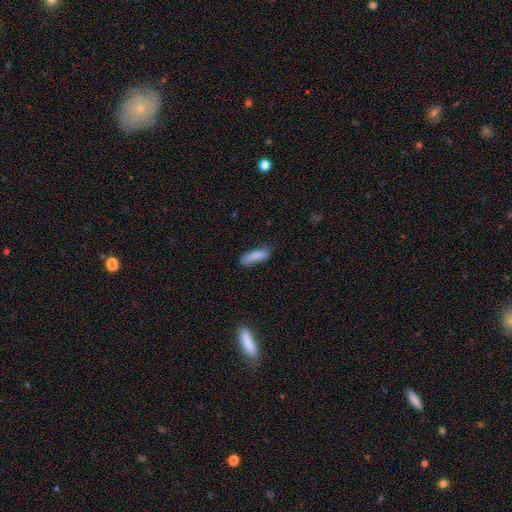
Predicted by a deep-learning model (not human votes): Smooth or featured? Predicted: smooth (p=0.84). How rounded? Predicted: cigar-shaped (p=0.51). Merging? Predicted: none (p=0.64).